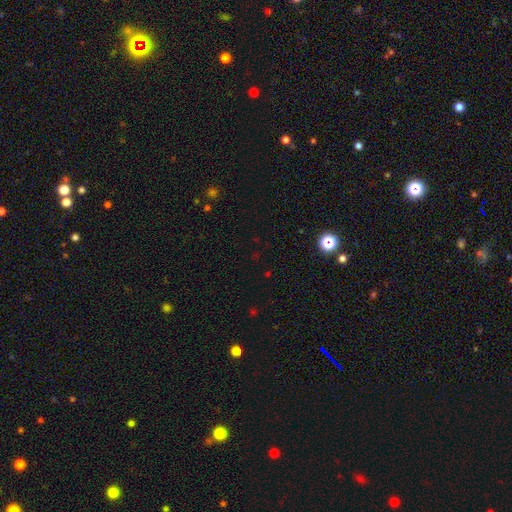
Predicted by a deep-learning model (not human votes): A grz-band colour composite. It shows a star or artifact, not a galaxy (67%).